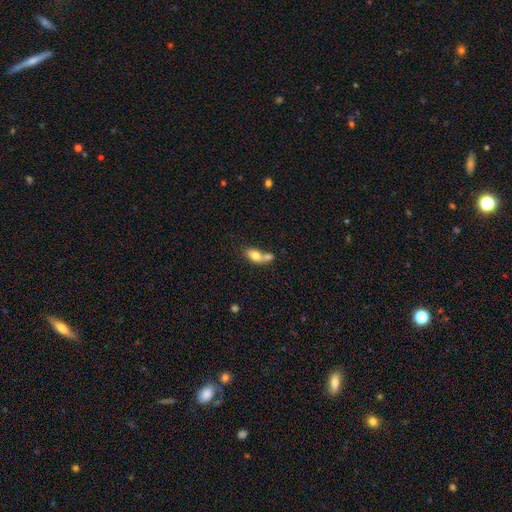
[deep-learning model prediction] smooth_or_featured: smooth (p=0.76) [alt: featured or disk p=0.16]
how_rounded: in between (p=0.81) [alt: round p=0.13]
merging: merger (p=0.64) [alt: none p=0.22]